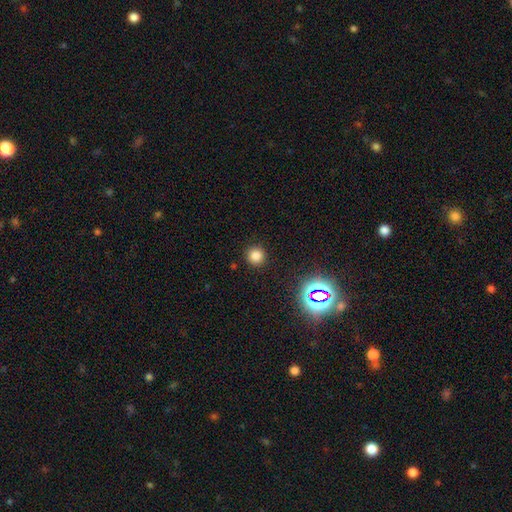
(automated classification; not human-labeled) smooth_or_featured: smooth (p=0.80) [alt: star or artifact p=0.16]
how_rounded: round (p=0.94) [alt: in between p=0.05]
merging: none (p=0.91) [alt: minor disturbance p=0.05]